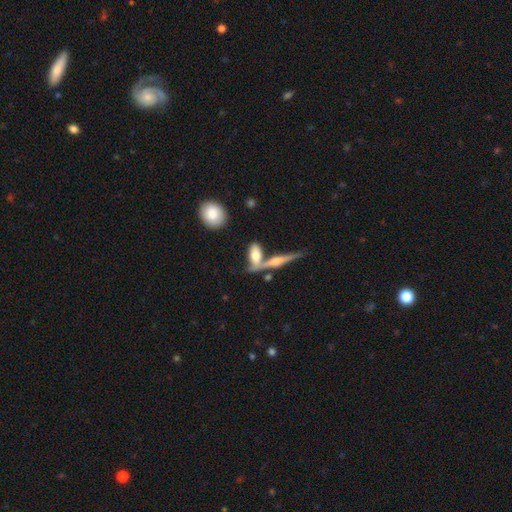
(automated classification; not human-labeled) Smooth or featured: smooth — 60% (featured or disk — 32%)
How rounded: in between — 73% (cigar-shaped — 21%)
Merging: none — 39% (merger — 37%)